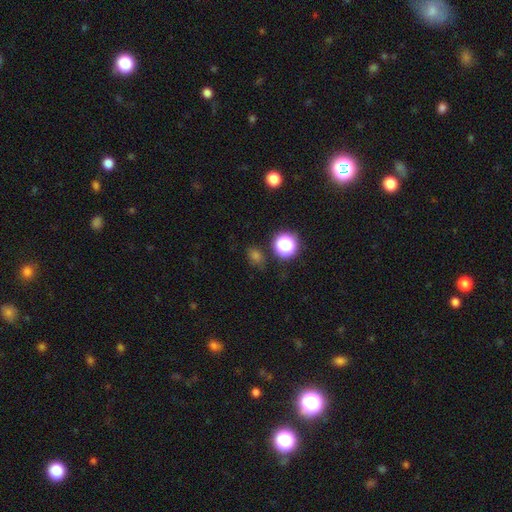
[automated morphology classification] A smooth galaxy with no disk features (58%) that is round (62%).

Vote fractions:
- Smooth or featured? smooth: 58% / star or artifact: 35% / featured or disk: 6%
- How rounded? round: 62% / in between: 36% / cigar-shaped: 2%
- Merging? none: 81% / minor disturbance: 11% / major disturbance: 4% / merger: 4%